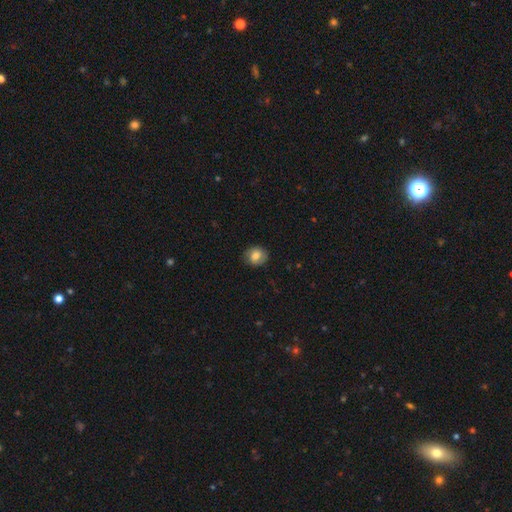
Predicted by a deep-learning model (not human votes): Overall: smooth (79%). How rounded: round (72%). Merging: none (83%).